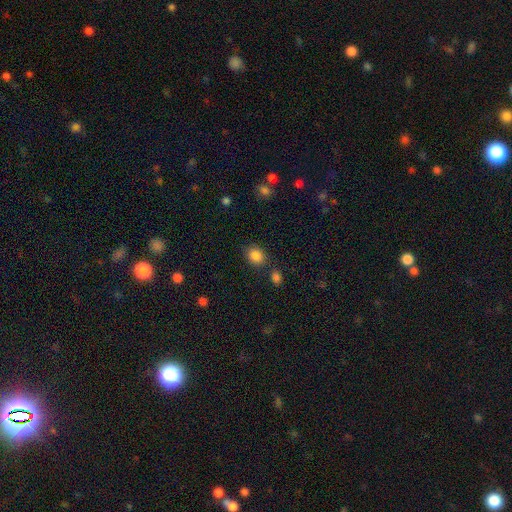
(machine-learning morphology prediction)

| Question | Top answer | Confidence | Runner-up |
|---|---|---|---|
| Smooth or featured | smooth | 86% | star or artifact (10%) |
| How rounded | round | 56% | in between (43%) |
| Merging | none | 79% | minor disturbance (11%) |